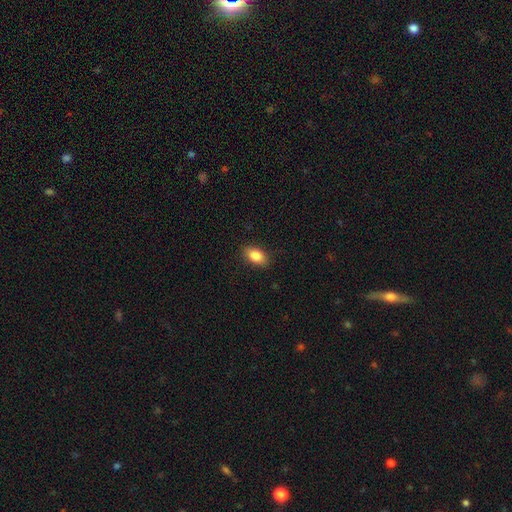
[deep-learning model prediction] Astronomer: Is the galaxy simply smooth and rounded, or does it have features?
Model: smooth — 86%.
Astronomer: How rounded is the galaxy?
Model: in between — 89%.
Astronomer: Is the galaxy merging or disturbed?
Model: none — 88%.